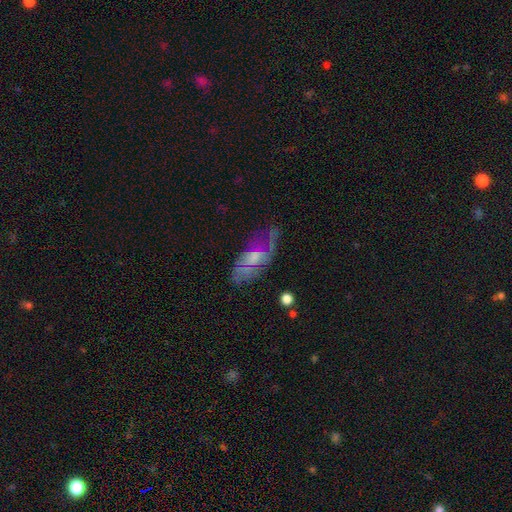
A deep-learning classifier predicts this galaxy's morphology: A featured or disk galaxy (61%) with no bar (62%), spiral arms (60%) and a moderate central bulge (40%). Merging: none (52%).